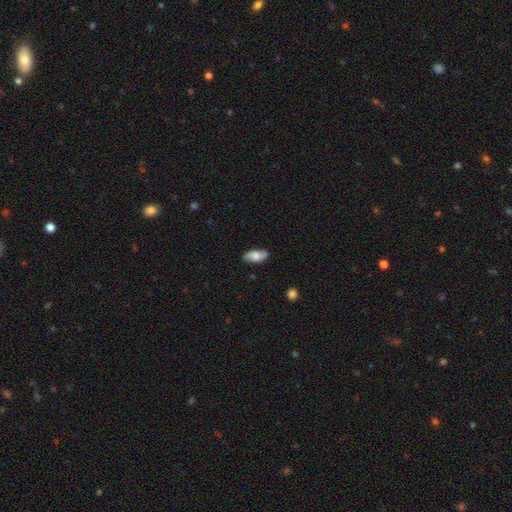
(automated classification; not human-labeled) Smooth or featured: smooth — 62% (featured or disk — 30%)
How rounded: in between — 91% (cigar-shaped — 6%)
Merging: none — 82% (minor disturbance — 14%)